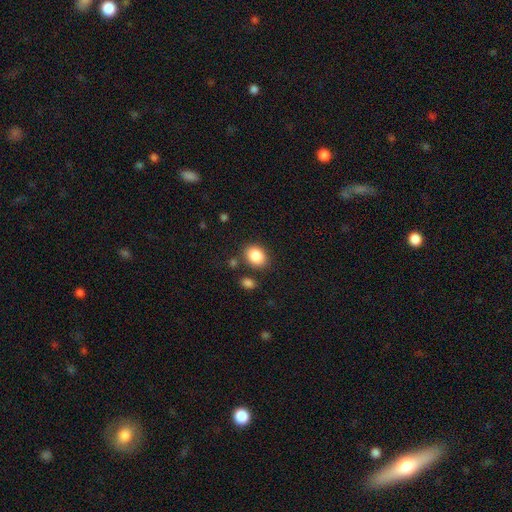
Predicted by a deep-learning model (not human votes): smooth-or-featured: smooth: 87% | star or artifact: 8% | featured or disk: 5%
  how-rounded: in between: 60% | round: 40% | cigar-shaped: 1%
  merging: none: 79% | minor disturbance: 11% | merger: 6% | major disturbance: 3%